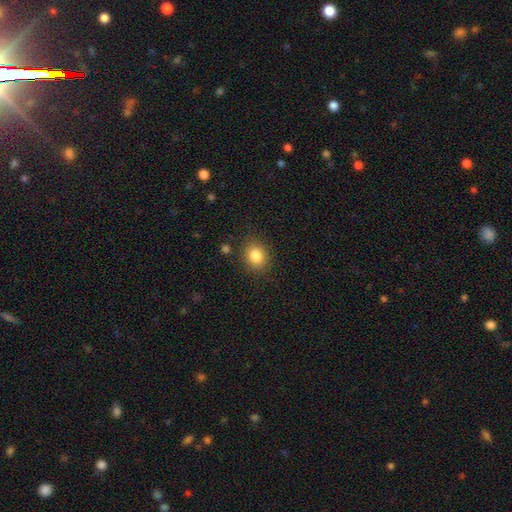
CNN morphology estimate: Smooth or featured? smooth (84%)
How rounded? round (66%)
Merging? none (85%)